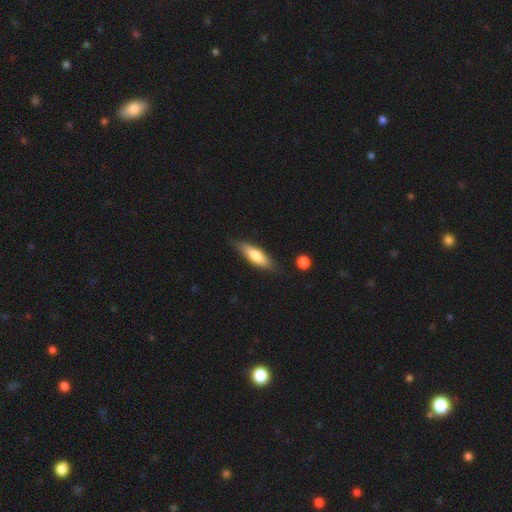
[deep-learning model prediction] A smooth galaxy with no disk features (71%) that is cigar-shaped (55%).

Vote fractions:
- Smooth or featured? smooth: 71% / featured or disk: 24% / star or artifact: 6%
- How rounded? cigar-shaped: 55% / in between: 43% / round: 2%
- Merging? none: 81% / minor disturbance: 15% / major disturbance: 3% / merger: 2%